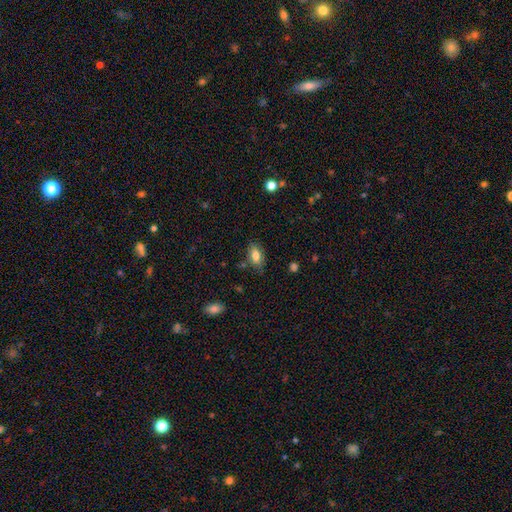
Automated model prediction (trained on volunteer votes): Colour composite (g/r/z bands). It shows a smooth galaxy with no disk features (78%) that is in between round and cigar-shaped (88%). Merging: none (73%).